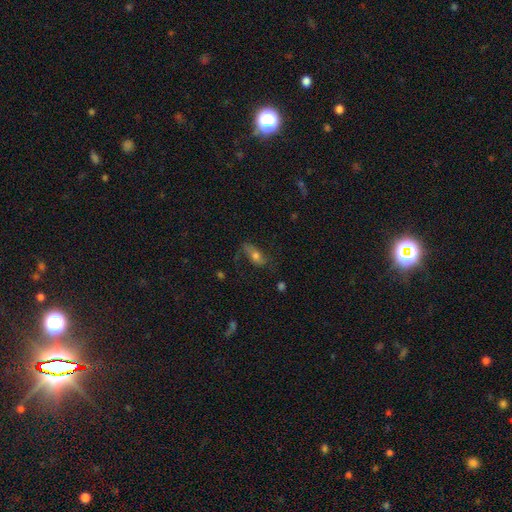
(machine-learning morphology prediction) Smooth or featured?
  - smooth: 50% *
  - featured or disk: 39%
  - star or artifact: 10%
How rounded?
  - in between: 74% *
  - cigar-shaped: 20%
  - round: 6%
Merging?
  - none: 59% *
  - minor disturbance: 23%
  - major disturbance: 16%
  - merger: 2%